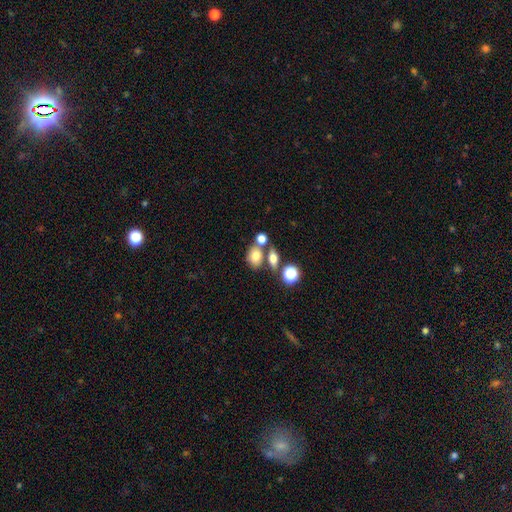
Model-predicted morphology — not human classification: This is likely a smooth galaxy (75%). How rounded: likely in between (64%). Merging: possibly none (51%).